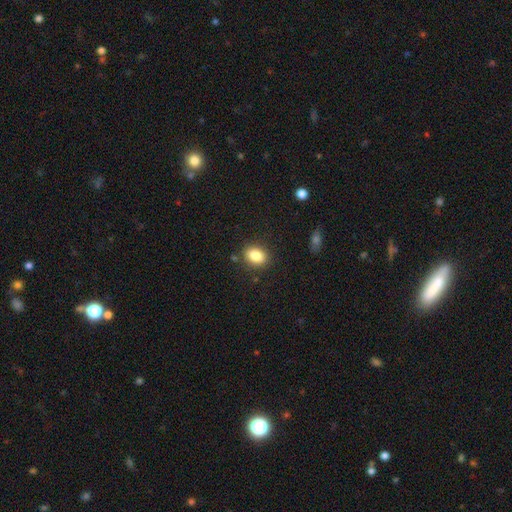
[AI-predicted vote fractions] A smooth galaxy with no disk features (84%) that is in between round and cigar-shaped (61%).

Vote fractions:
- Smooth or featured? smooth: 84% / star or artifact: 9% / featured or disk: 7%
- How rounded? in between: 61% / round: 37% / cigar-shaped: 1%
- Merging? none: 85% / minor disturbance: 10% / major disturbance: 3% / merger: 3%